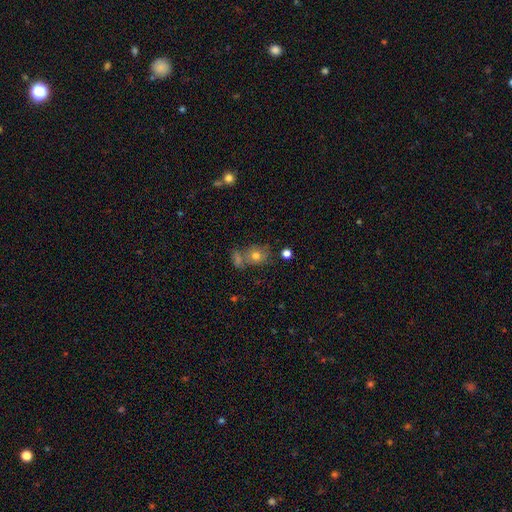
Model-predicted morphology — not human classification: A smooth galaxy with no disk features (63%) that is round (59%). Merging: none (55%).